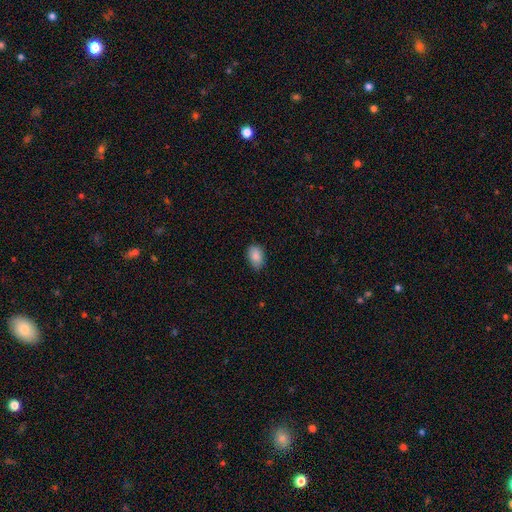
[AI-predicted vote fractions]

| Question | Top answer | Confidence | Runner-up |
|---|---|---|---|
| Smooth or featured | smooth | 88% | star or artifact (8%) |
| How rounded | in between | 87% | round (11%) |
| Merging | none | 80% | minor disturbance (16%) |